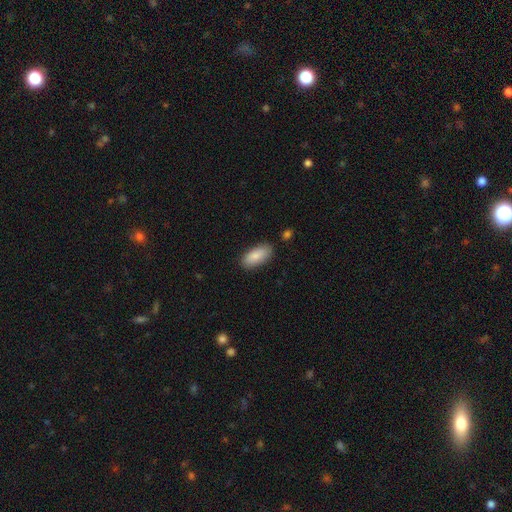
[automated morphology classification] This appears to be a smooth galaxy with no disk features (87%) that is in between round and cigar-shaped (88%). Merging: none (85%).